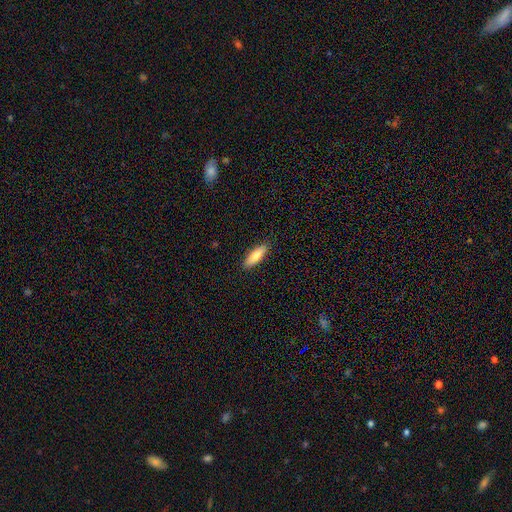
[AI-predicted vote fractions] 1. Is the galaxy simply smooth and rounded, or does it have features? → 77% smooth, 17% featured or disk, 6% star or artifact.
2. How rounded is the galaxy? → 52% cigar-shaped, 47% in between, 2% round.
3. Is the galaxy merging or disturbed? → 89% none, 8% minor disturbance, 2% major disturbance, 1% merger.